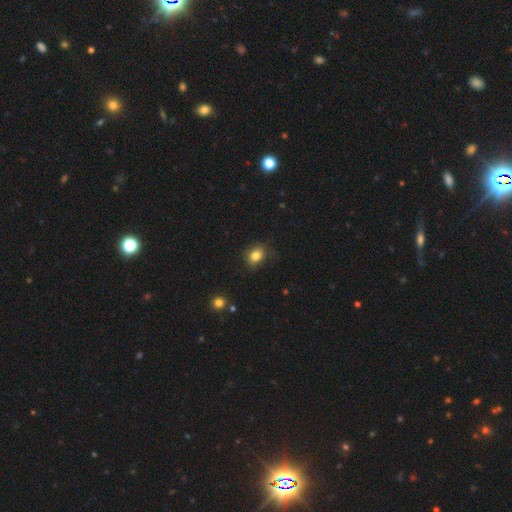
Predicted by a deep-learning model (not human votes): Morphology: type=smooth (82%); roundness=round (50%); merging=none (75%).